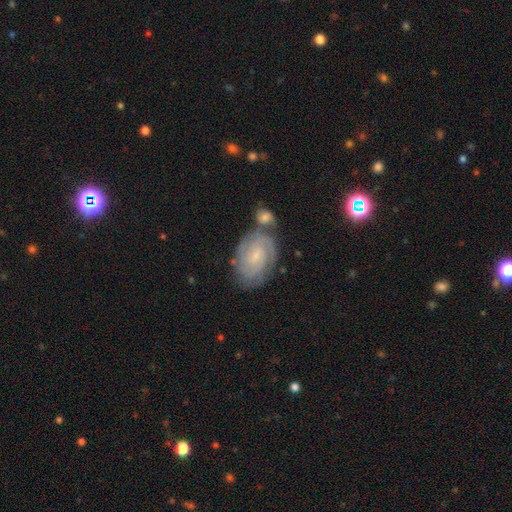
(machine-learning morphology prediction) Smooth or featured?
  - featured or disk: 72% *
  - smooth: 20%
  - star or artifact: 8%
Edge-on disk?
  - no: 96% *
  - yes: 4%
Bar?
  - no: 58% *
  - weak: 37%
  - strong: 6%
Spiral arms?
  - yes: 93% *
  - no: 7%
Spiral winding?
  - tight: 69% *
  - medium: 25%
  - loose: 6%
Spiral arm count?
  - can't tell: 39% *
  - 2: 30%
  - 3: 15%
  - 4: 7%
  - 1: 4%
  - more than 4: 4%
Bulge size?
  - small: 69% *
  - moderate: 20%
  - none: 8%
  - large: 2%
  - dominant: 1%
Merging?
  - none: 59% *
  - minor disturbance: 18%
  - merger: 17%
  - major disturbance: 7%